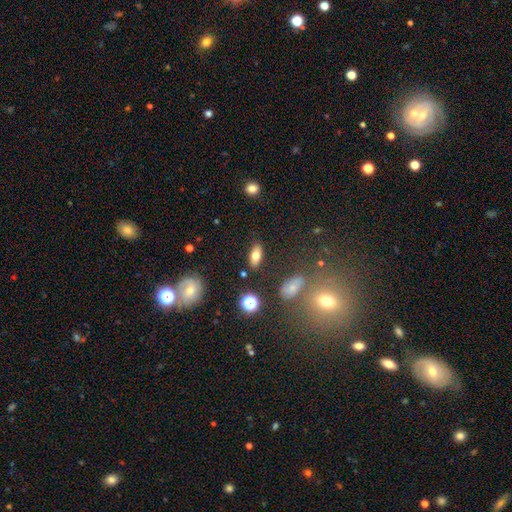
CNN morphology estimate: smooth 71%, featured or disk 18%, star or artifact 11%. Down the decision tree: how rounded — in between (83%); merging — none (84%).